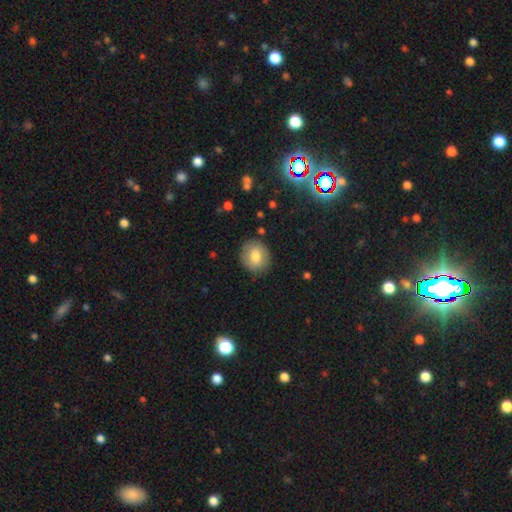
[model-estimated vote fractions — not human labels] This appears to be a smooth galaxy with no disk features (74%) that is round (69%). Merging: none (84%).